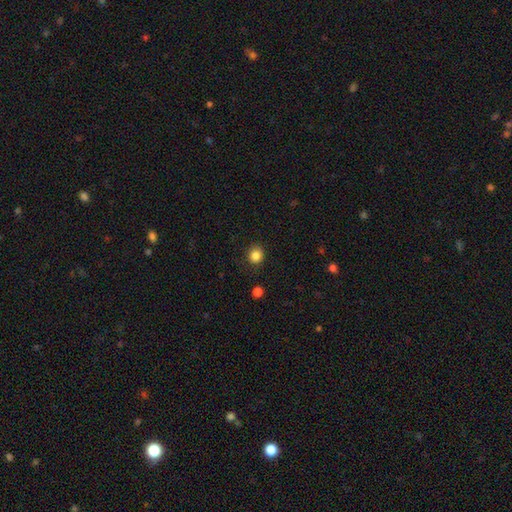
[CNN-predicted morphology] Smooth or featured: smooth — 84% (star or artifact — 12%)
How rounded: round — 84% (in between — 15%)
Merging: none — 87% (minor disturbance — 9%)